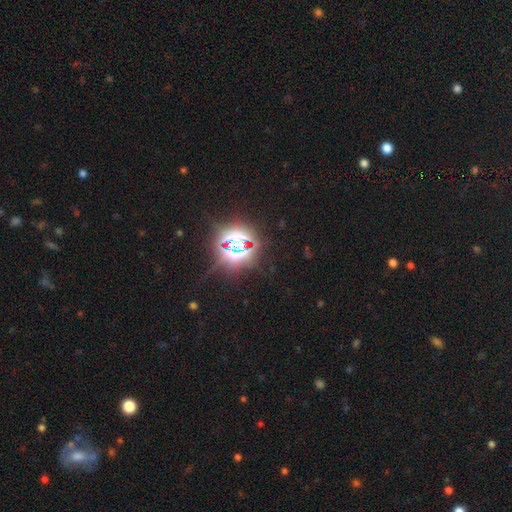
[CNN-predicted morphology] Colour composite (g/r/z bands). It shows a star or artifact, not a galaxy (84%).